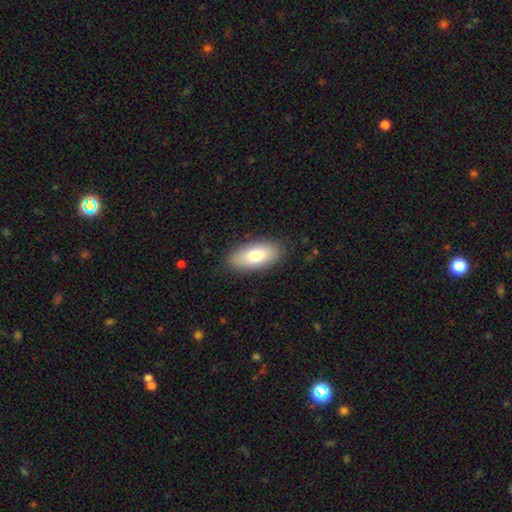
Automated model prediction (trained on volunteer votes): Overall: smooth (76%). How rounded: in between (90%). Merging: none (87%).